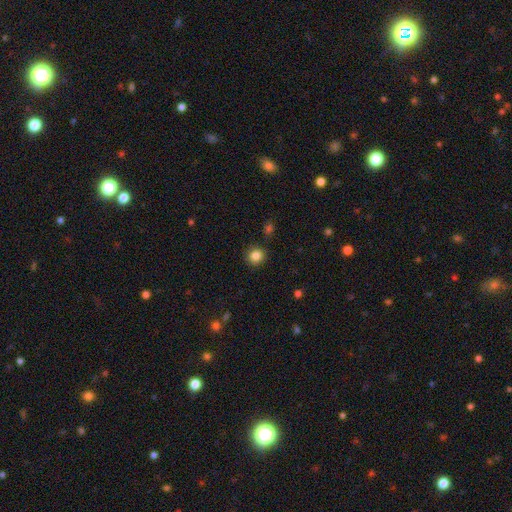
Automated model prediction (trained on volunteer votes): This is clearly a smooth galaxy (84%). How rounded: clearly round (90%). Merging: clearly none (90%).